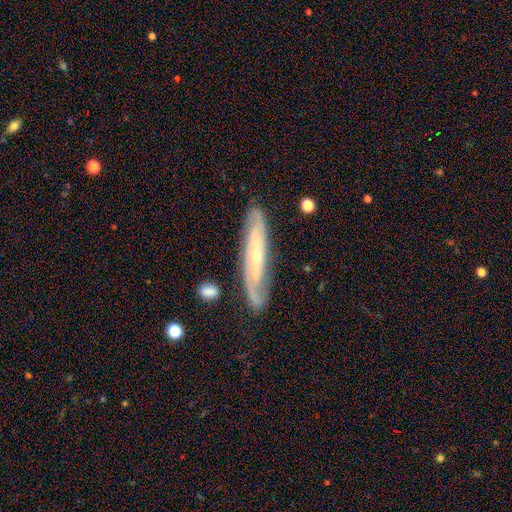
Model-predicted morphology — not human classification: A featured or disk galaxy (79%) with no bar (53%), spiral arms (93%) and a small central bulge (74%).

Vote fractions:
- Smooth or featured? featured or disk: 79% / smooth: 15% / star or artifact: 6%
- Edge-on disk? no: 68% / yes: 32%
- Bar? no: 53% / weak: 28% / strong: 19%
- Spiral arms? yes: 93% / no: 7%
- Bulge size? small: 74% / moderate: 22% / none: 2% / large: 1% / dominant: 1%
- Merging? none: 80% / minor disturbance: 14% / major disturbance: 4% / merger: 2%